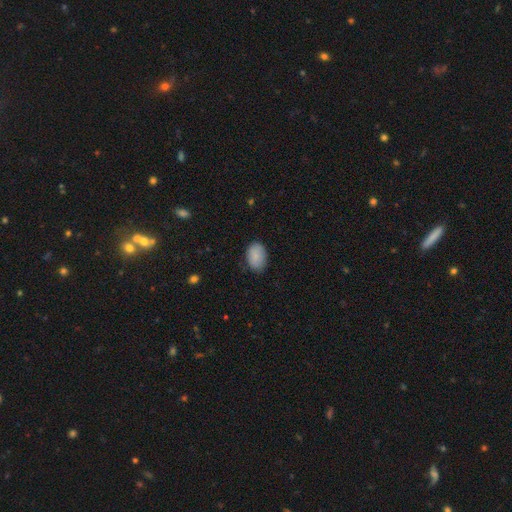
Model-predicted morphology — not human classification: type=smooth (89%); roundness=in between (87%); merging=none (81%).